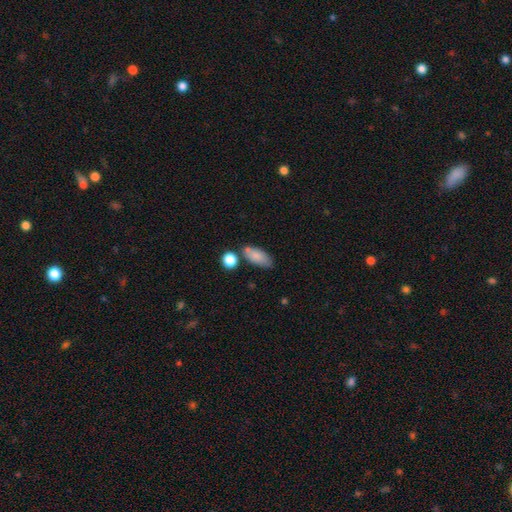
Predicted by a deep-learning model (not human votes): Overall: smooth (83%). How rounded: in between (85%). Merging: none (62%).